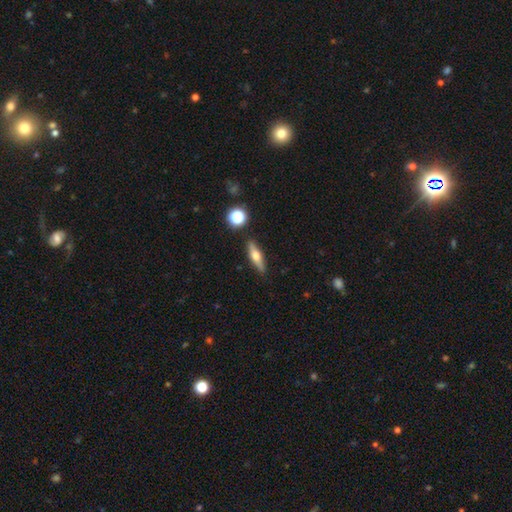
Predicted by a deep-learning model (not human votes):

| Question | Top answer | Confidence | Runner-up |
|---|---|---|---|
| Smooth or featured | featured or disk | 46% | tied: smooth (46%) |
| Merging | none | 86% | minor disturbance (9%) |